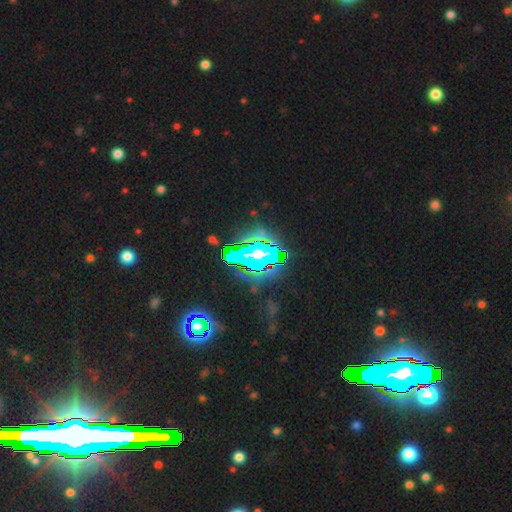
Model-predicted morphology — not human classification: This is likely a star or artifact rather than a galaxy (79%).